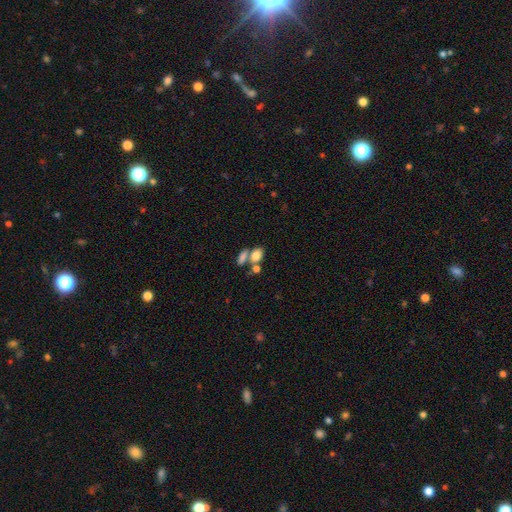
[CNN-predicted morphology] smooth-or-featured: smooth: 78% | featured or disk: 12% | star or artifact: 10%
  how-rounded: in between: 81% | round: 16% | cigar-shaped: 3%
  merging: merger: 46% | none: 38% | minor disturbance: 10% | major disturbance: 6%